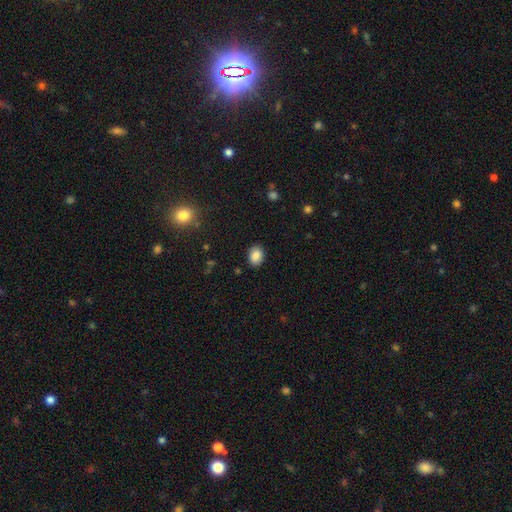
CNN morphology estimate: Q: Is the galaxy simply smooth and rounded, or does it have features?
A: smooth — 87%.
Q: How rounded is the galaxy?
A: in between — 62%.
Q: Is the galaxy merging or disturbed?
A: none — 88%.